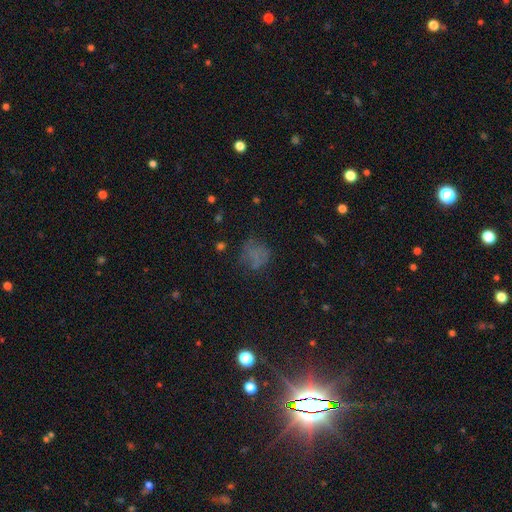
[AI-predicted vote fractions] This is possibly a smooth galaxy (53%). How rounded: likely round (66%). Merging: possibly none (56%).